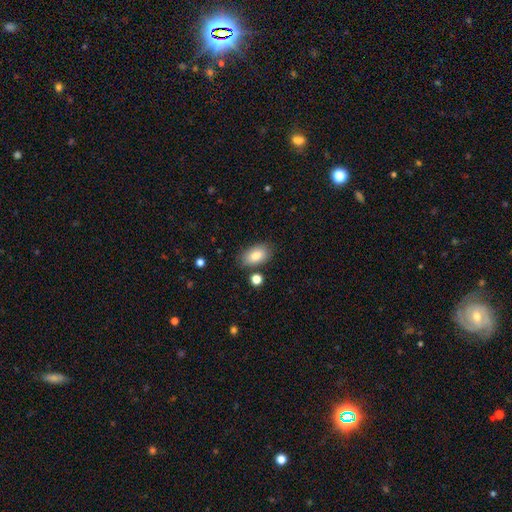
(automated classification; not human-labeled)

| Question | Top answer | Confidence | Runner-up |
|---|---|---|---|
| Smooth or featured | smooth | 85% | featured or disk (8%) |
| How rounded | in between | 93% | round (5%) |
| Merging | none | 79% | minor disturbance (13%) |